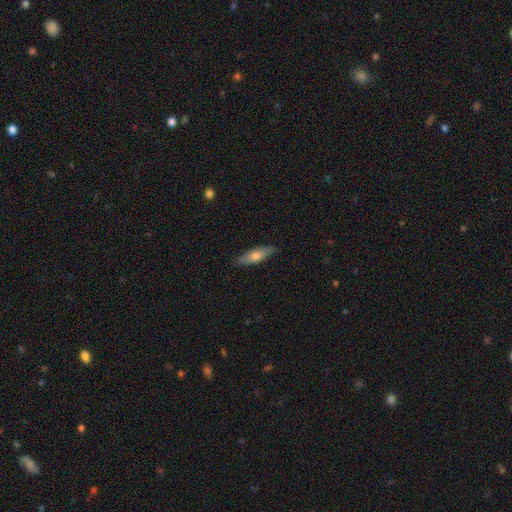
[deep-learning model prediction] Smooth or featured? smooth (60%)
How rounded? cigar-shaped (56%)
Merging? none (86%)